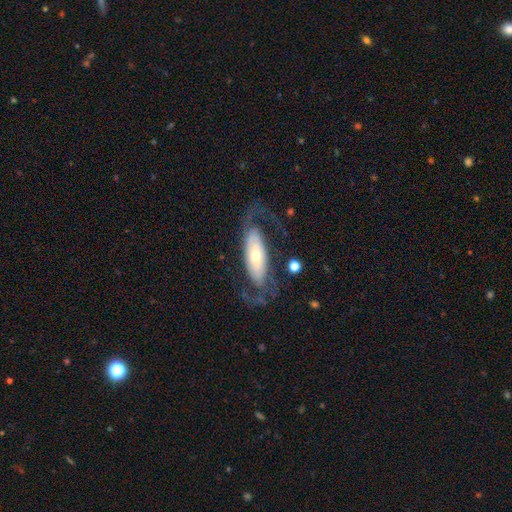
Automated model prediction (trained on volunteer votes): Smooth or featured? Predicted: featured or disk (p=0.75). Edge-on disk? Predicted: no (p=0.88). Bar? Predicted: no (p=0.54). Spiral arms? Predicted: yes (p=0.90). Spiral winding? Predicted: medium (p=0.40). Spiral arm count? Predicted: 2 (p=0.80). Bulge size? Predicted: small (p=0.46). Merging? Predicted: none (p=0.61).